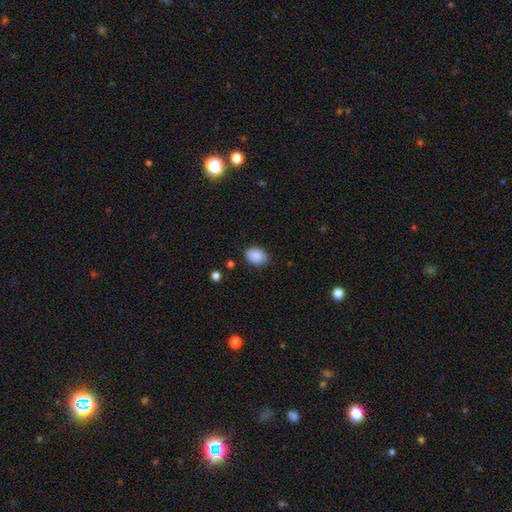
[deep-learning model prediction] Morphology: type=smooth (89%); roundness=in between (71%); merging=none (83%).